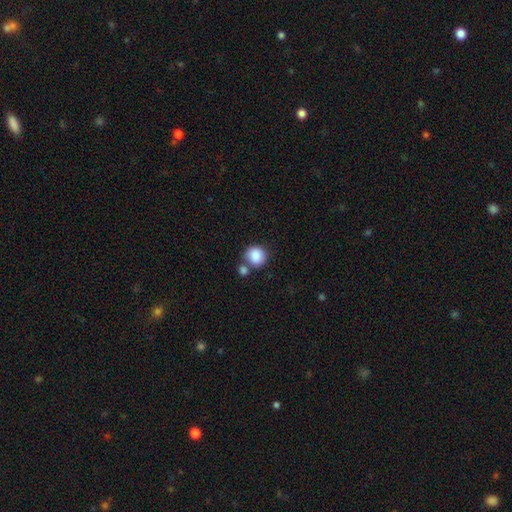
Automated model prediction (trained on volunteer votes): smooth-or-featured: smooth: 87% | star or artifact: 8% | featured or disk: 5%
  how-rounded: round: 84% | in between: 15% | cigar-shaped: 1%
  merging: none: 60% | merger: 25% | minor disturbance: 12% | major disturbance: 4%